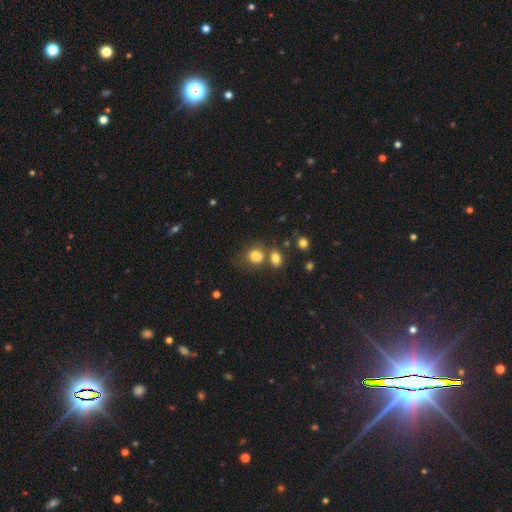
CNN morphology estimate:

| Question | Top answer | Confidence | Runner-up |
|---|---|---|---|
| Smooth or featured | smooth | 80% | star or artifact (12%) |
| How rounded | round | 68% | in between (31%) |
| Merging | none | 52% | merger (29%) |